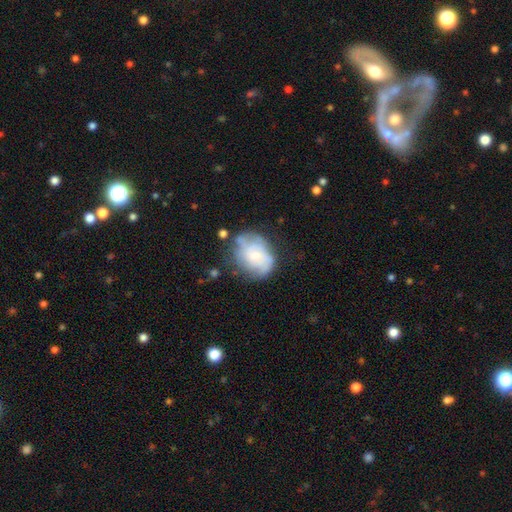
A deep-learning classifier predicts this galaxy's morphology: smooth-or-featured: featured or disk: 49% | smooth: 43% | star or artifact: 8%
  merging: none: 48% | minor disturbance: 29% | major disturbance: 17% | merger: 5%